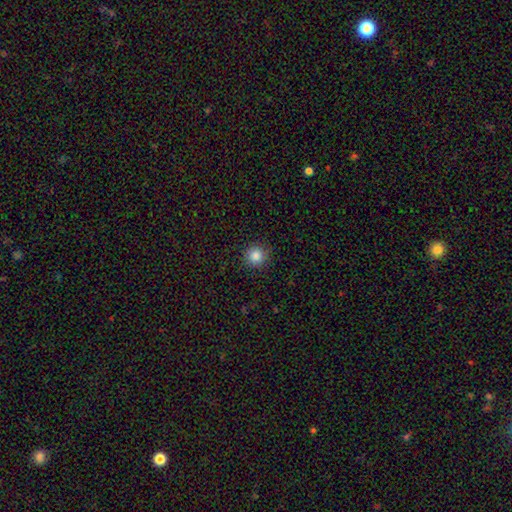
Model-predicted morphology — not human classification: A smooth galaxy with no disk features (85%) that is round (94%). Merging: none (90%).